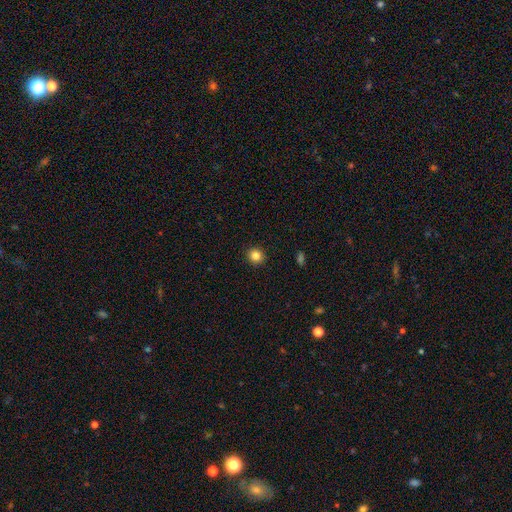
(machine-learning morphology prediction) The model was most divided on "smooth or featured": smooth: 83%, star or artifact: 11%, featured or disk: 5%. More confident: merging — none (92%); how rounded — round (85%).